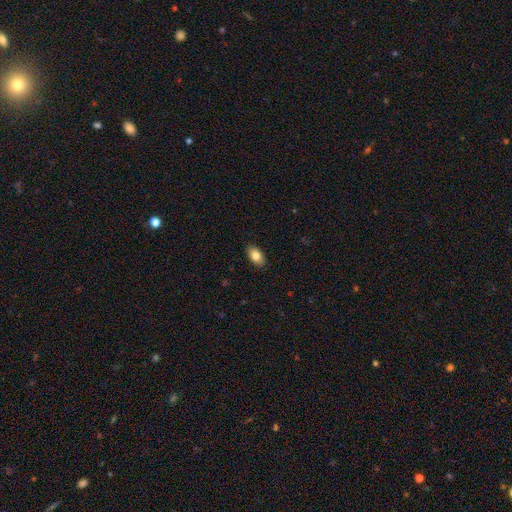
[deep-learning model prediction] Smooth or featured? smooth (82%)
How rounded? in between (92%)
Merging? none (89%)